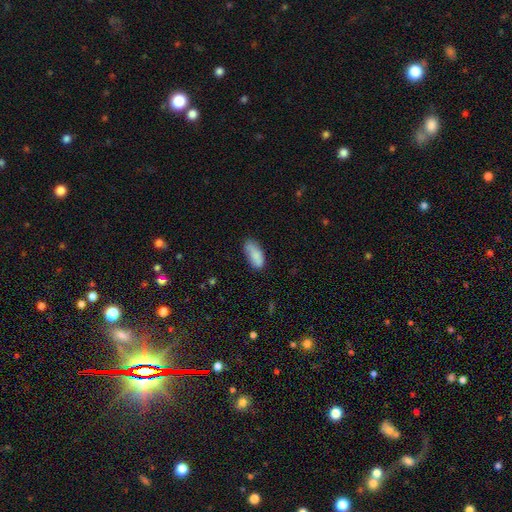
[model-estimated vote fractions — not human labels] Smooth or featured? Predicted: smooth (p=0.85). How rounded? Predicted: in between (p=0.85). Merging? Predicted: none (p=0.61).